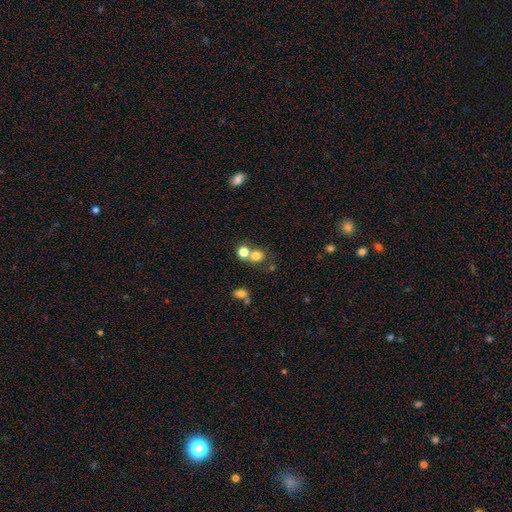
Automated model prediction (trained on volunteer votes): The model was most divided on "merging": none: 47%, merger: 40%, minor disturbance: 9%, major disturbance: 5%. More confident: how rounded — round (75%); smooth or featured — smooth (74%).